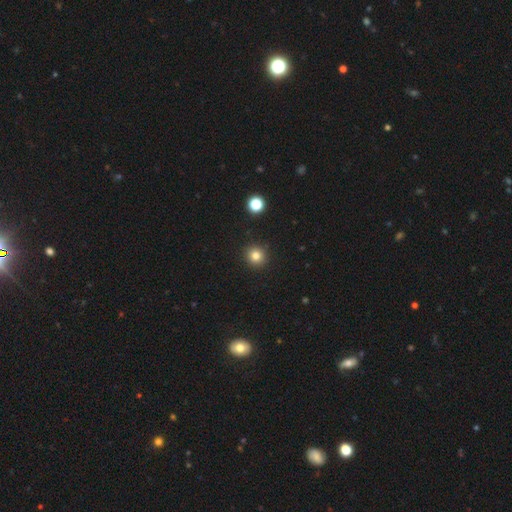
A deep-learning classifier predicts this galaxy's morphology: Smooth or featured: smooth — 81% (star or artifact — 13%)
How rounded: round — 92% (in between — 7%)
Merging: none — 92% (minor disturbance — 5%)